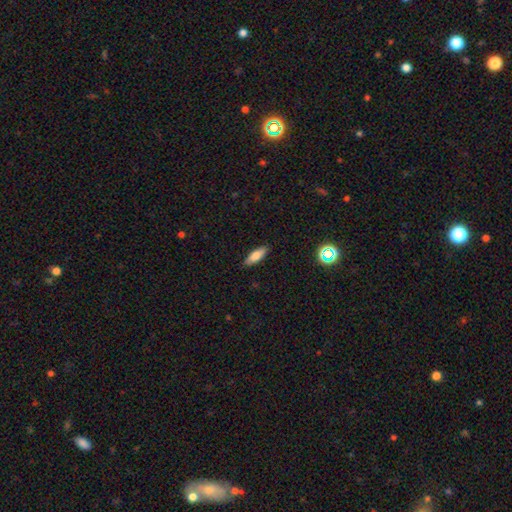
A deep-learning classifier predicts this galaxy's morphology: The model was most divided on "how rounded": in between: 59%, cigar-shaped: 39%, round: 2%. More confident: merging — none (89%); smooth or featured — smooth (74%).